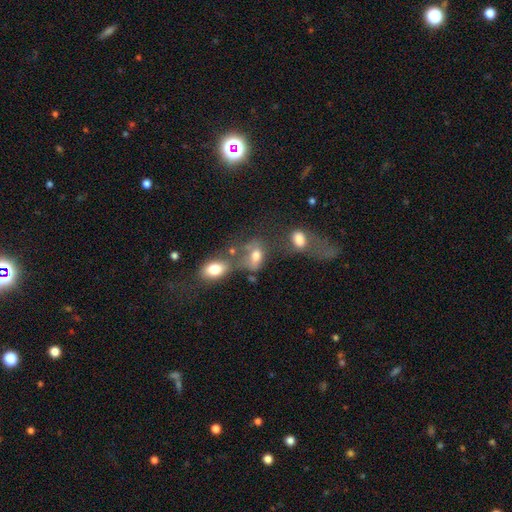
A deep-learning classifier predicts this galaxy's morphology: The model was most divided on "merging": merger: 40%, none: 24%, major disturbance: 21%, minor disturbance: 15%. More confident: how rounded — in between (78%); smooth or featured — smooth (68%).